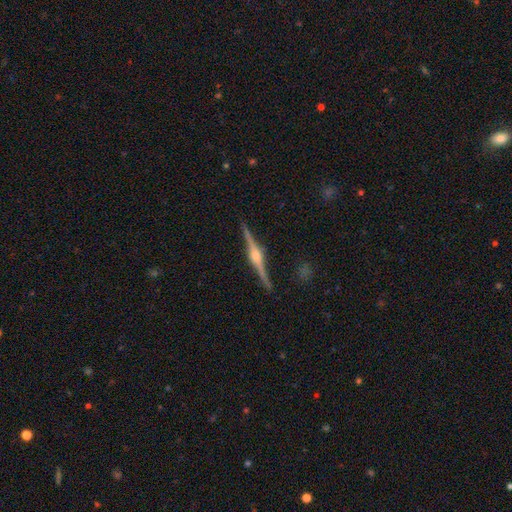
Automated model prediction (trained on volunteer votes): A featured or disk galaxy (89%) viewed edge-on (98%) with a rounded central bulge (89%). Merging: none (91%).